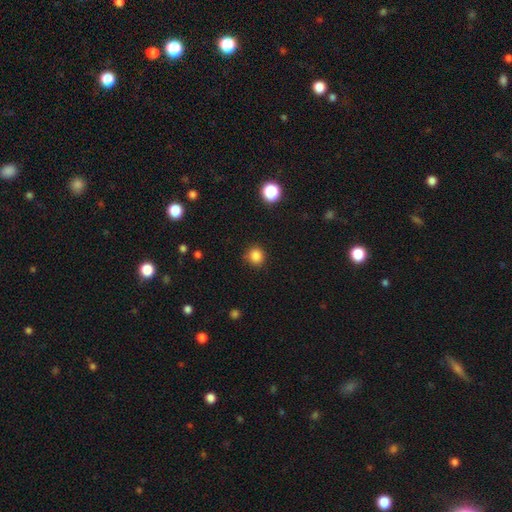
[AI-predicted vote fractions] Smooth or featured? Predicted: smooth (p=0.85). How rounded? Predicted: round (p=0.89). Merging? Predicted: none (p=0.88).